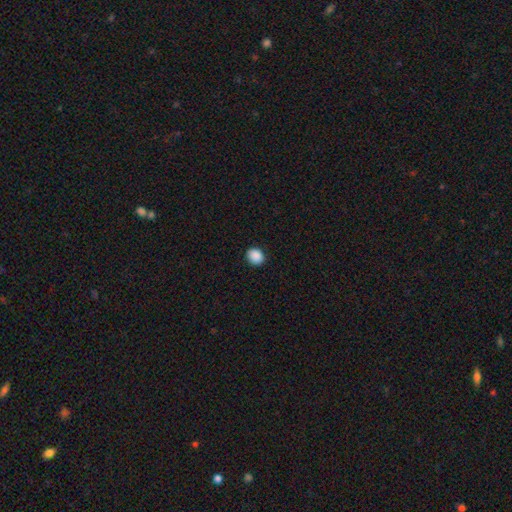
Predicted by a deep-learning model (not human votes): Overall: smooth (89%). How rounded: round (59%; in between 40%). Merging: none (89%).